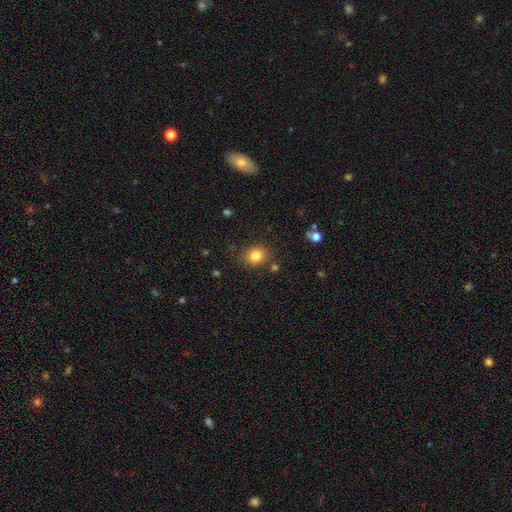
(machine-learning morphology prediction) smooth-or-featured: smooth: 82% | star or artifact: 11% | featured or disk: 7%
  how-rounded: round: 62% | in between: 38% | cigar-shaped: 1%
  merging: none: 82% | minor disturbance: 11% | merger: 4% | major disturbance: 3%